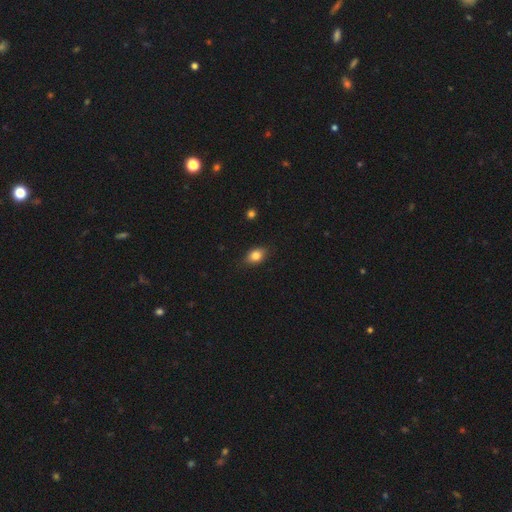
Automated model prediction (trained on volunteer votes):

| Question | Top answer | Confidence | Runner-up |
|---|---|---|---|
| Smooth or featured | smooth | 82% | star or artifact (9%) |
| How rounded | in between | 76% | round (21%) |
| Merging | none | 83% | minor disturbance (13%) |